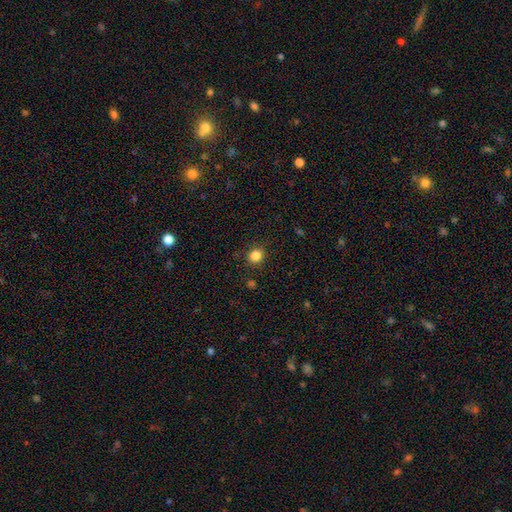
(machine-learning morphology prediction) This appears to be a smooth galaxy with no disk features (84%) that is round (84%). Merging: none (89%).